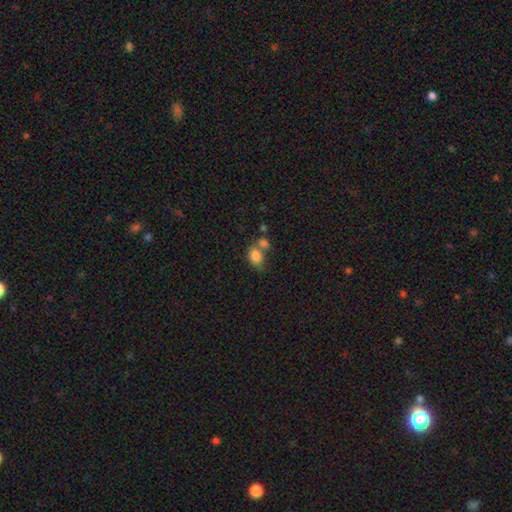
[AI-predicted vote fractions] Morphology: type=smooth (82%); roundness=in between (67%); merging=merger (45%).